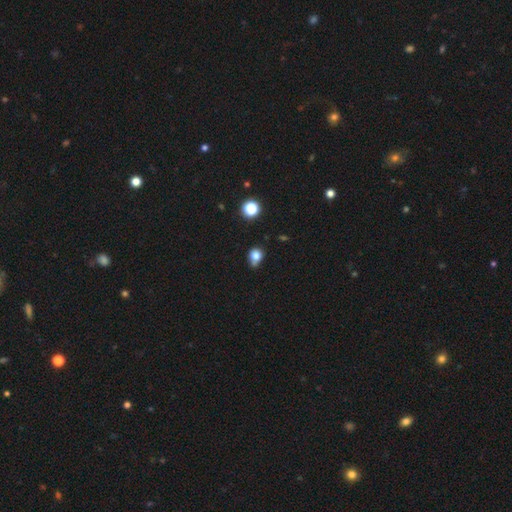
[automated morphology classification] The model was most divided on "merging": none: 48%, minor disturbance: 36%, major disturbance: 9%, merger: 7%. More confident: smooth or featured — smooth (80%); how rounded — round (62%).